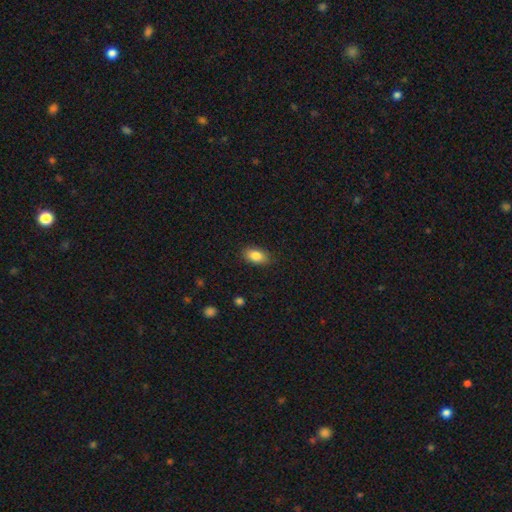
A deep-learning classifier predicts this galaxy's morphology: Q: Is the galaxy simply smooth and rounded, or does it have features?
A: smooth — 85%.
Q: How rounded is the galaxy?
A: in between — 89%.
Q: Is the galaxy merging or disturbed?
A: none — 85%.